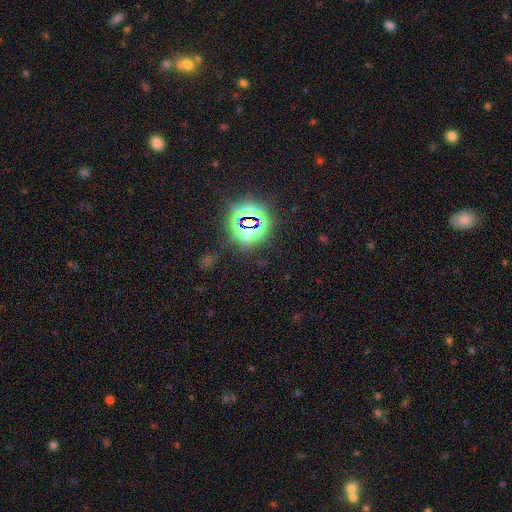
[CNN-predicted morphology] This is likely a star or artifact rather than a galaxy (79%).